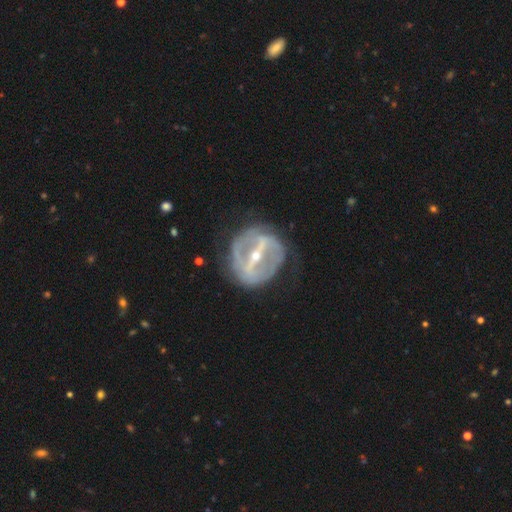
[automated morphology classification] This is clearly a featured or disk galaxy (86%). It is clearly not viewed edge-on (90%). Bar: clearly strong (83%). Spiral arm pattern: possibly yes (55%). Central bulge: likely small (65%). Merging: likely none (73%).